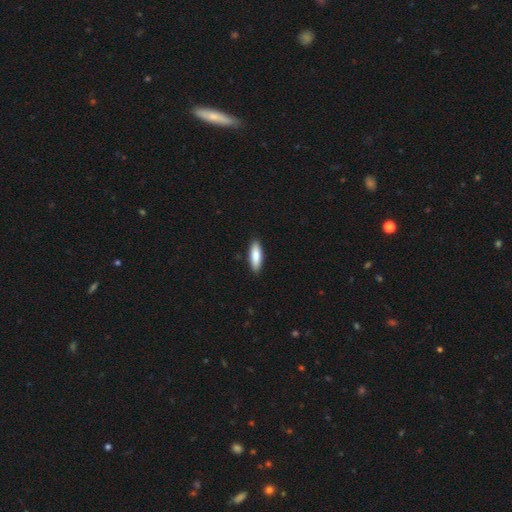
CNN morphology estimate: smooth-or-featured: smooth: 84% | featured or disk: 10% | star or artifact: 5%
  how-rounded: in between: 51% | cigar-shaped: 48% | round: 2%
  merging: none: 90% | minor disturbance: 8% | major disturbance: 2% | merger: 1%